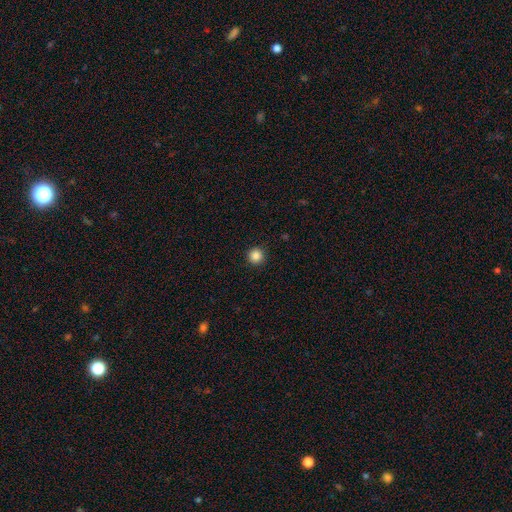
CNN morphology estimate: smooth-or-featured: smooth: 86% | star or artifact: 11% | featured or disk: 3%
  how-rounded: round: 96% | in between: 3% | cigar-shaped: 1%
  merging: none: 92% | minor disturbance: 5% | major disturbance: 2% | merger: 1%